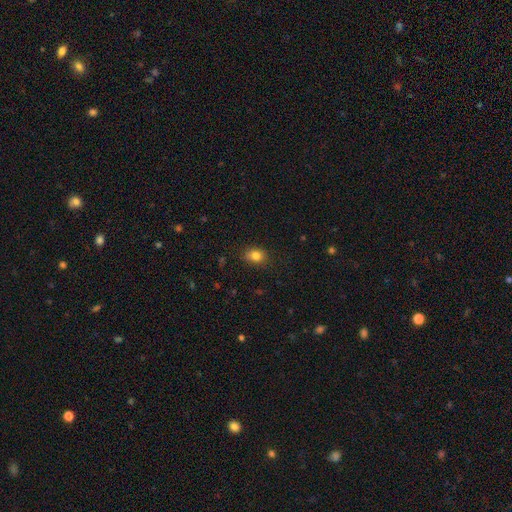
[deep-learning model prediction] A smooth galaxy with no disk features (82%) that is in between round and cigar-shaped (61%).

Vote fractions:
- Smooth or featured? smooth: 82% / star or artifact: 11% / featured or disk: 7%
- How rounded? in between: 61% / round: 37% / cigar-shaped: 1%
- Merging? none: 78% / minor disturbance: 17% / major disturbance: 4% / merger: 1%